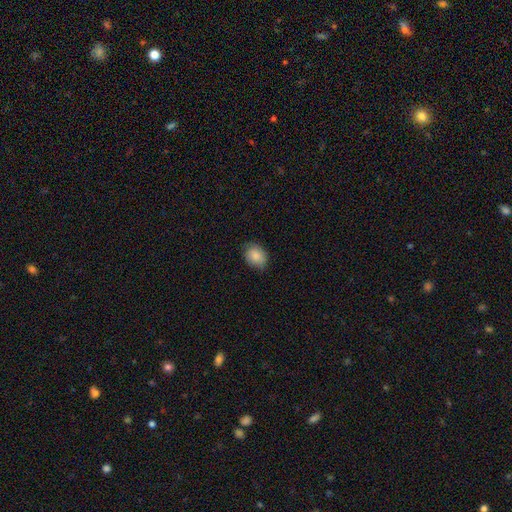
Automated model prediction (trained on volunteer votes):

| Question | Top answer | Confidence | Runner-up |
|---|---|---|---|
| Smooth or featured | smooth | 84% | featured or disk (9%) |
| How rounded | in between | 56% | round (43%) |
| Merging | none | 75% | minor disturbance (20%) |